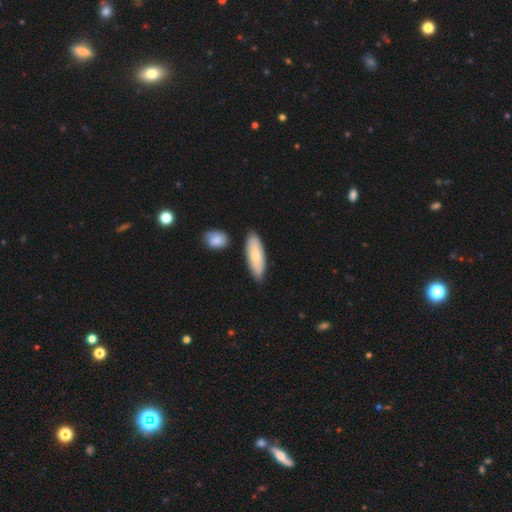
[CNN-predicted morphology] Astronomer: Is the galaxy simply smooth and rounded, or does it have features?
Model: smooth — 71%.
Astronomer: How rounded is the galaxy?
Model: in between — 65%.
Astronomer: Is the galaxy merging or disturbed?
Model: none — 81%.